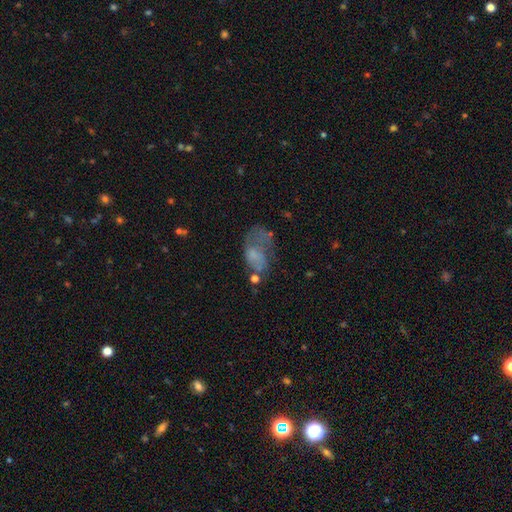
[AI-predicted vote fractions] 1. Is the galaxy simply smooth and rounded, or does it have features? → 48% smooth, 39% featured or disk, 13% star or artifact.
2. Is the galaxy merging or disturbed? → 39% major disturbance, 27% none, 22% minor disturbance, 12% merger.